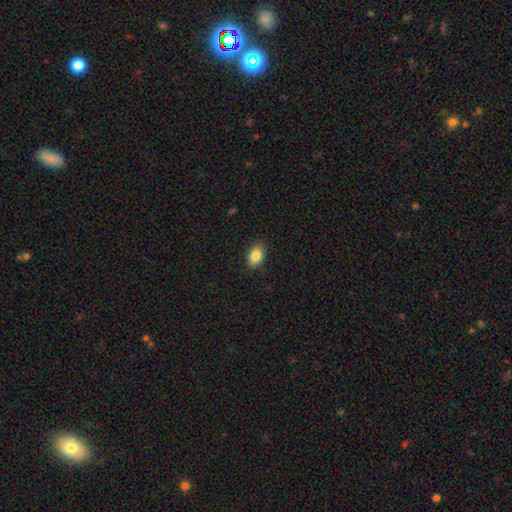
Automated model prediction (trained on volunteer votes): Smooth or featured? Predicted: smooth (p=0.85). How rounded? Predicted: in between (p=0.86). Merging? Predicted: none (p=0.88).